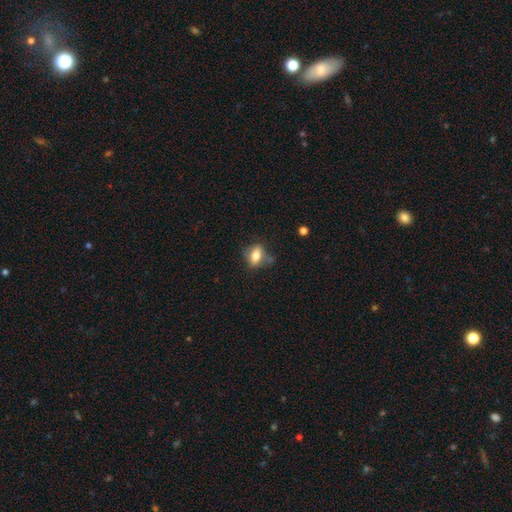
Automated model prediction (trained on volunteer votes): smooth_or_featured: smooth (p=0.69) [alt: featured or disk p=0.22]
how_rounded: in between (p=0.72) [alt: round p=0.23]
merging: none (p=0.65) [alt: minor disturbance p=0.22]